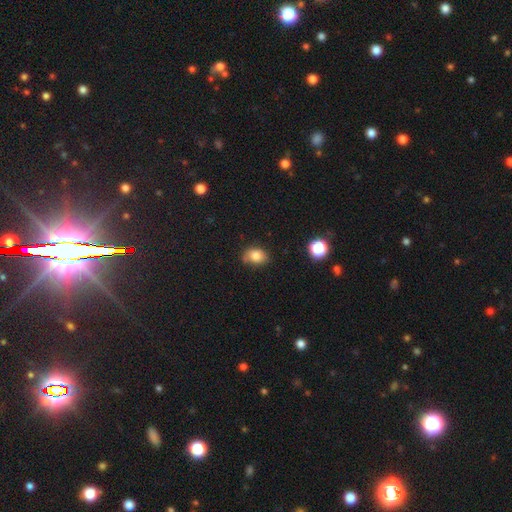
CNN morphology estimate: This appears to be a smooth galaxy with no disk features (81%) that is in between round and cigar-shaped (66%). Merging: none (68%).